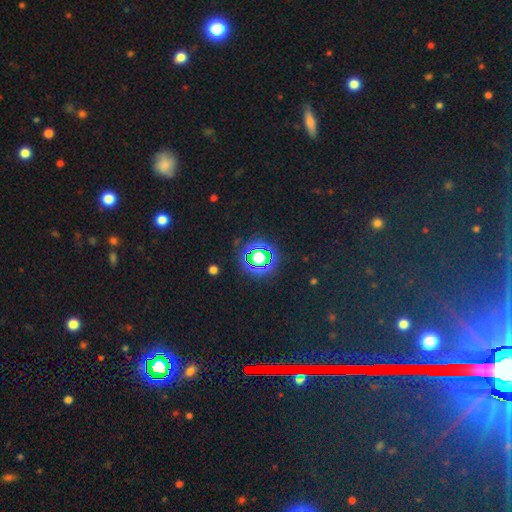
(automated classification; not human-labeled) Smooth or featured?
  - star or artifact: 81% *
  - smooth: 11%
  - featured or disk: 8%